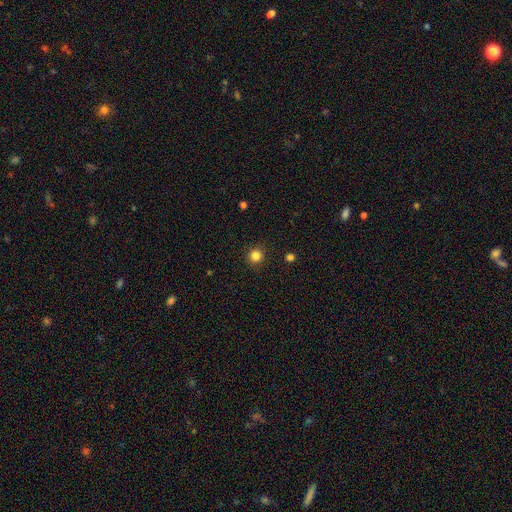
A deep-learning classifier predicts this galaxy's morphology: Smooth or featured?
  - smooth: 84% *
  - star or artifact: 12%
  - featured or disk: 4%
How rounded?
  - round: 93% *
  - in between: 6%
  - cigar-shaped: 1%
Merging?
  - none: 91% *
  - minor disturbance: 6%
  - major disturbance: 2%
  - merger: 1%